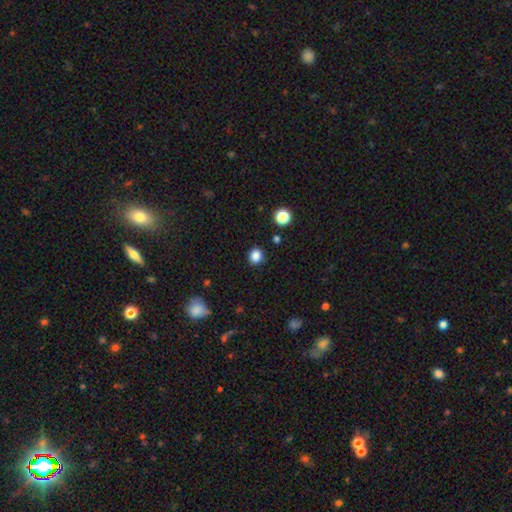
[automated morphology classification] Smooth or featured? Predicted: smooth (p=0.85). How rounded? Predicted: round (p=0.80). Merging? Predicted: none (p=0.89).